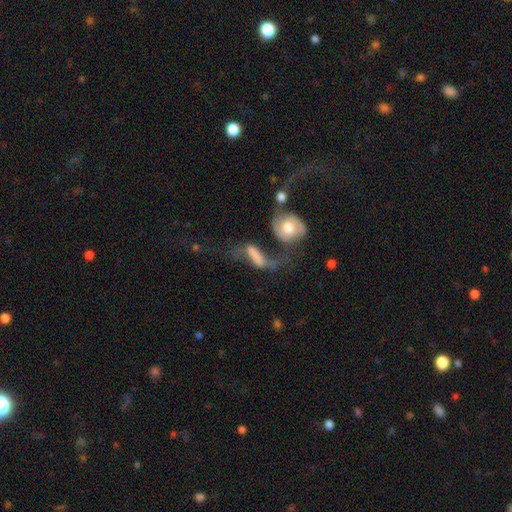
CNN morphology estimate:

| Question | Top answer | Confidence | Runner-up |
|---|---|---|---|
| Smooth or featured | smooth | 54% | featured or disk (36%) |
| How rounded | in between | 54% | cigar-shaped (39%) |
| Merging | merger | 32% | tied: major disturbance (32%) |